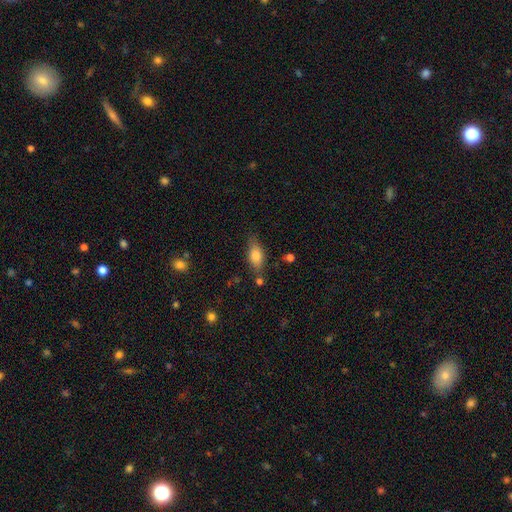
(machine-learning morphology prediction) Smooth or featured? smooth (78%)
How rounded? in between (83%)
Merging? none (69%)